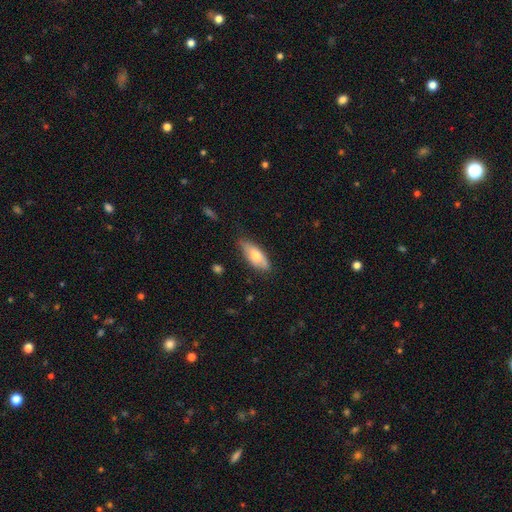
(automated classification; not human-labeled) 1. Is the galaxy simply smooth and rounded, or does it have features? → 64% smooth, 29% featured or disk, 6% star or artifact.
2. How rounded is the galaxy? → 79% in between, 19% cigar-shaped, 3% round.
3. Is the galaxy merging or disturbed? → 70% none, 24% minor disturbance, 4% major disturbance, 2% merger.